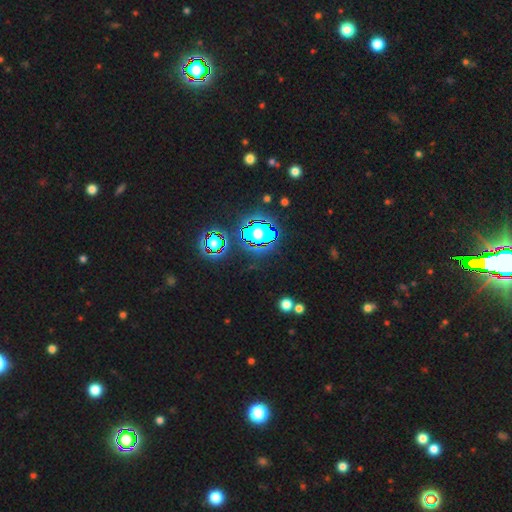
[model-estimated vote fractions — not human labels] Smooth or featured: star or artifact — 81% (smooth — 12%)